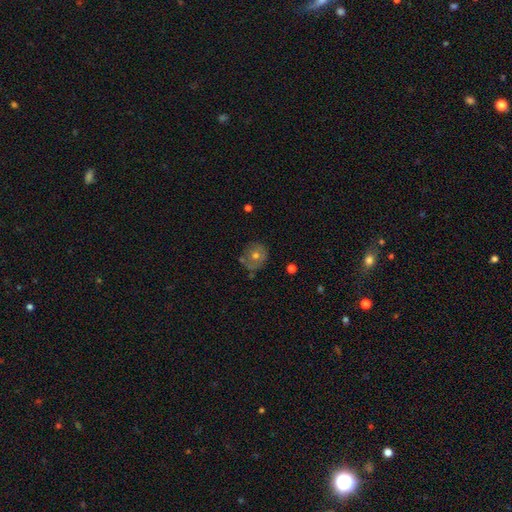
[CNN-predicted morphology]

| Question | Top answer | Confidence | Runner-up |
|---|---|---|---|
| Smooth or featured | smooth | 47% | featured or disk (39%) |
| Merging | none | 71% | minor disturbance (19%) |